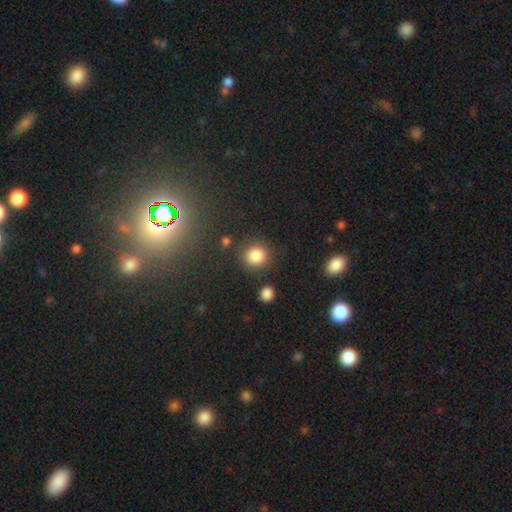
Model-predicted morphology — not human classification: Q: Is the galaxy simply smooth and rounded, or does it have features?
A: smooth — 84%.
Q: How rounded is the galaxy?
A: round — 89%.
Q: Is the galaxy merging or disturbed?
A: none — 83%.